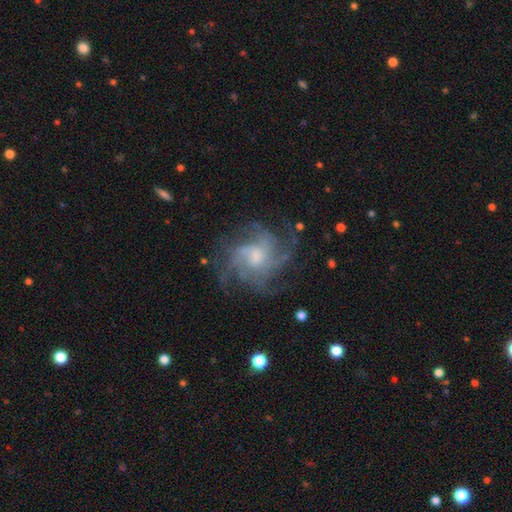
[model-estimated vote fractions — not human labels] Smooth or featured: featured or disk — 81% (smooth — 10%)
Edge-on disk: no — 98% (yes — 2%)
Bar: no — 64% (weak — 31%)
Spiral arms: yes — 93% (no — 7%)
Spiral winding: medium — 46% (tight — 35%)
Spiral arm count: 4 — 36% (can't tell — 23%)
Bulge size: moderate — 50% (small — 32%)
Merging: none — 69% (minor disturbance — 17%)